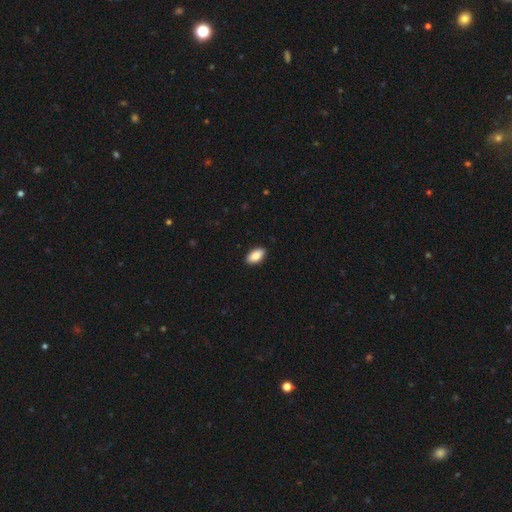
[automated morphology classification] Overall: smooth (89%). How rounded: in between (94%). Merging: none (90%).